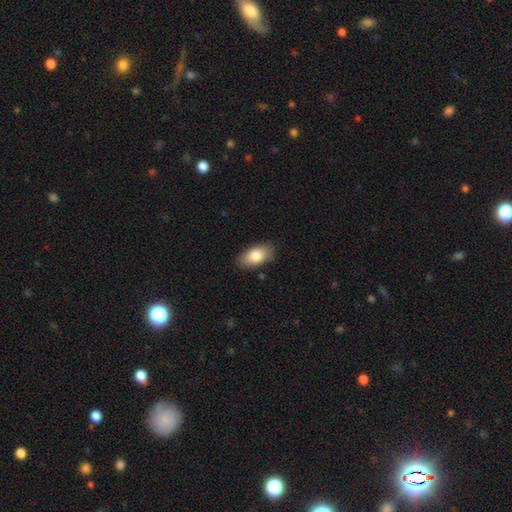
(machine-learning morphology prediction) The model was most divided on "smooth or featured": smooth: 82%, featured or disk: 11%, star or artifact: 7%. More confident: how rounded — in between (93%); merging — none (85%).